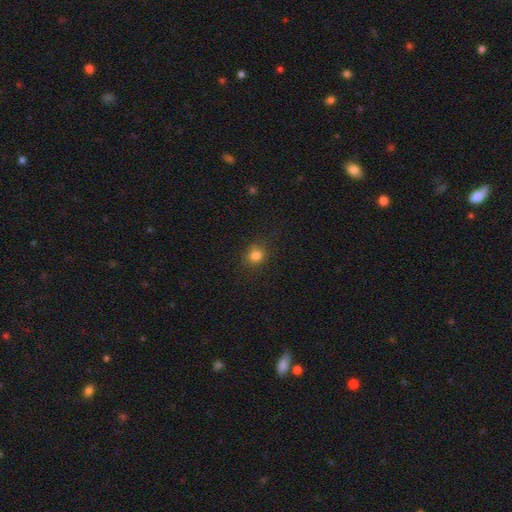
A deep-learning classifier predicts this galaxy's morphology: type=smooth (81%); roundness=round (78%); merging=none (85%).